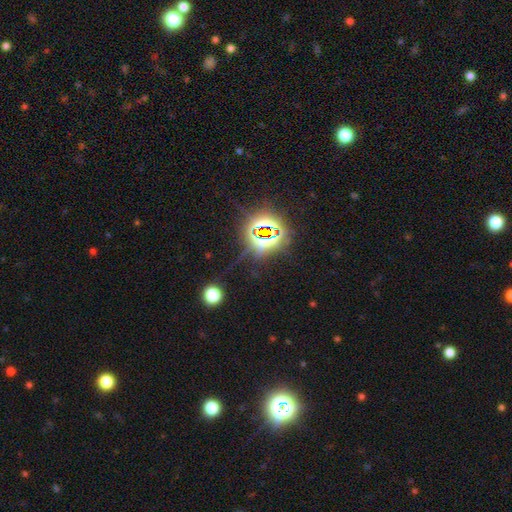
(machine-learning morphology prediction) A star or artifact, not a galaxy (79%).

Vote fractions:
- Smooth or featured? star or artifact: 79% / smooth: 14% / featured or disk: 7%